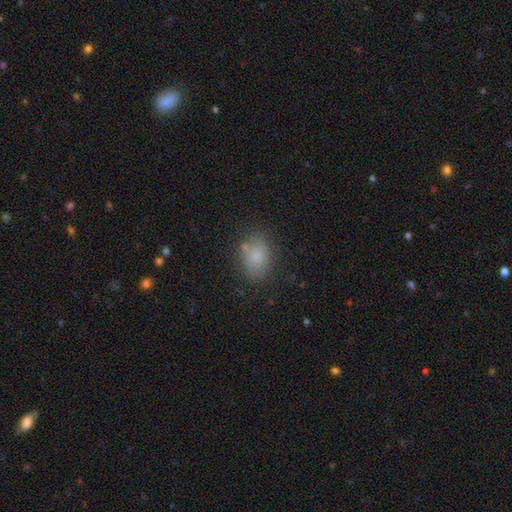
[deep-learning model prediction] This is likely a smooth galaxy (79%). How rounded: likely in between (71%). Merging: likely none (74%).